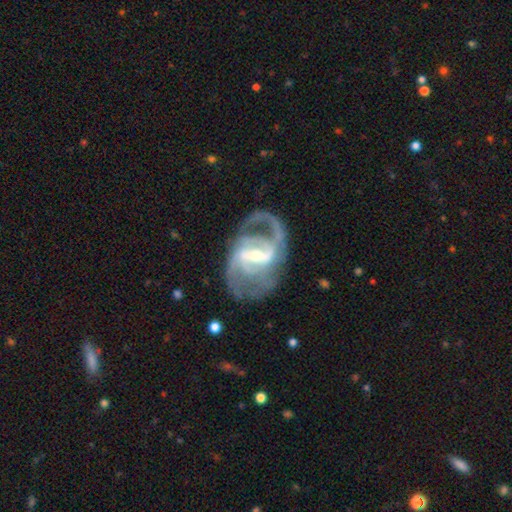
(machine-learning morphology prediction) Smooth or featured?
  - featured or disk: 90% *
  - smooth: 5%
  - star or artifact: 5%
Edge-on disk?
  - no: 97% *
  - yes: 3%
Bar?
  - strong: 56% *
  - weak: 37%
  - no: 8%
Spiral arms?
  - yes: 95% *
  - no: 5%
Spiral winding?
  - medium: 52% *
  - loose: 28%
  - tight: 20%
Spiral arm count?
  - 2: 67% *
  - 3: 12%
  - can't tell: 10%
  - 1: 5%
  - 4: 4%
  - more than 4: 3%
Bulge size?
  - small: 54% *
  - moderate: 39%
  - large: 4%
  - none: 2%
  - dominant: 1%
Merging?
  - none: 61% *
  - major disturbance: 19%
  - minor disturbance: 17%
  - merger: 2%